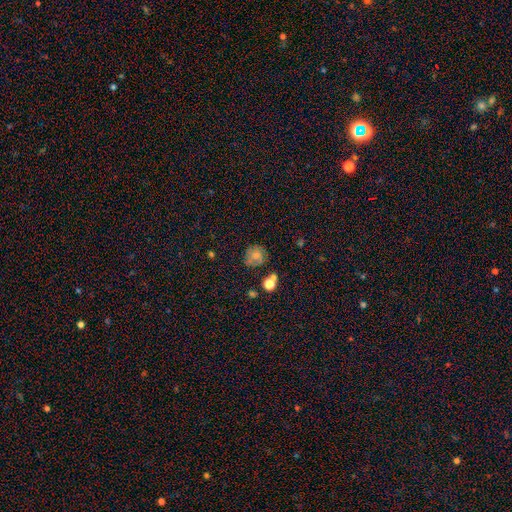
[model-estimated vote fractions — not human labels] A smooth galaxy with no disk features (66%) that is round (86%). Merging: none (66%).